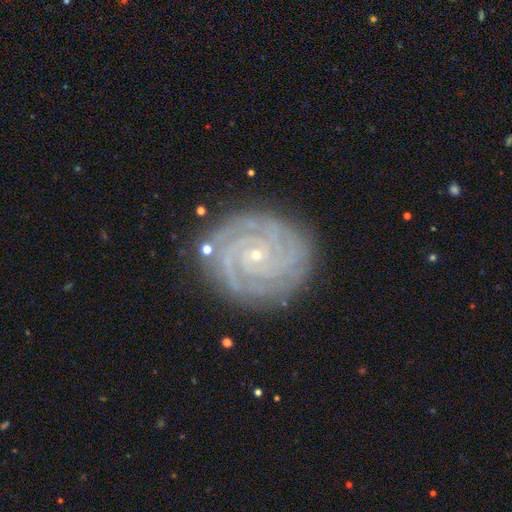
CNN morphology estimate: A featured or disk galaxy (91%) with no bar (73%), 3 (28%) tight (85%) spiral arms (99%) and a small central bulge (88%). Merging: none (83%).